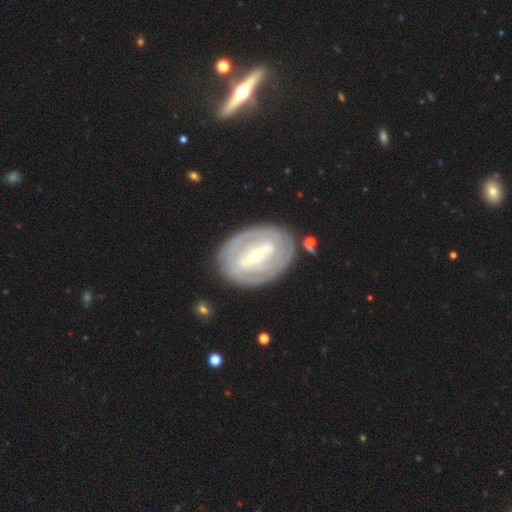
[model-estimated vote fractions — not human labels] A featured or disk galaxy (83%) with a strong bar (66%), 2 (45%) tight (77%) spiral arms (73%) and a moderate central bulge (58%). Merging: none (83%).